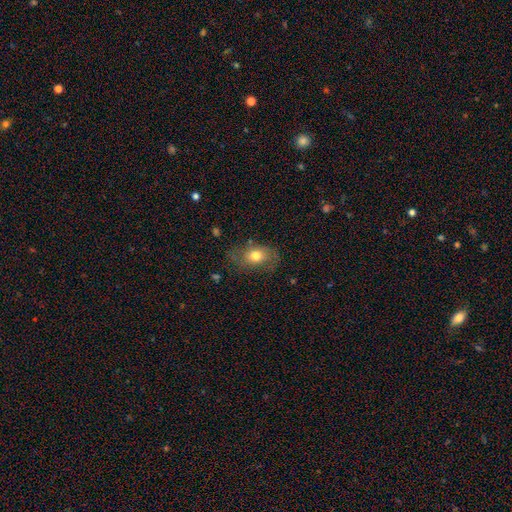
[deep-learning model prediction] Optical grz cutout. It shows a smooth galaxy with no disk features (69%) that is in between round and cigar-shaped (76%). Merging: none (65%).